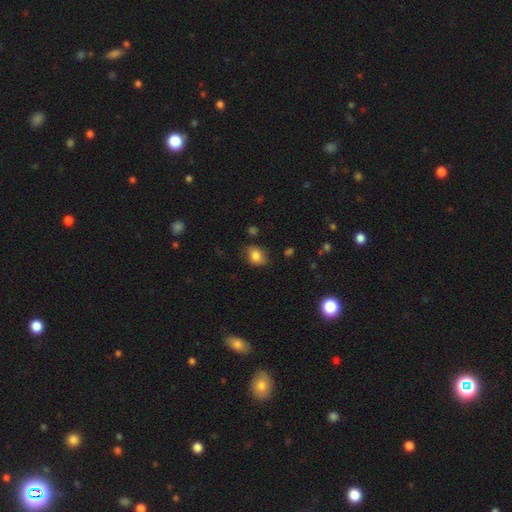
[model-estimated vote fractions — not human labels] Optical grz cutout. It shows a smooth galaxy with no disk features (82%) that is in between round and cigar-shaped (59%). Merging: none (74%).